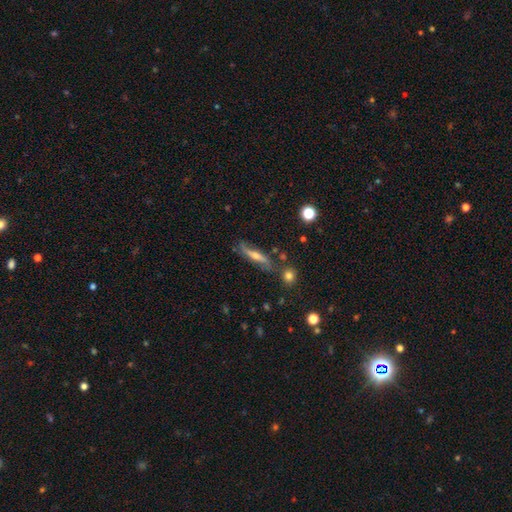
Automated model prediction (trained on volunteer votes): Morphology: type=featured or disk (61%); edge-on=yes (69%); merging=none (70%).